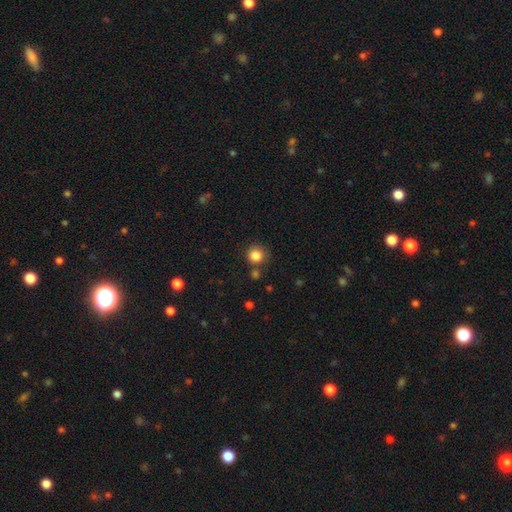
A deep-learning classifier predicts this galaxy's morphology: Smooth or featured?
  - smooth: 84% *
  - star or artifact: 11%
  - featured or disk: 5%
How rounded?
  - round: 92% *
  - in between: 7%
  - cigar-shaped: 1%
Merging?
  - none: 78% *
  - minor disturbance: 10%
  - merger: 8%
  - major disturbance: 3%